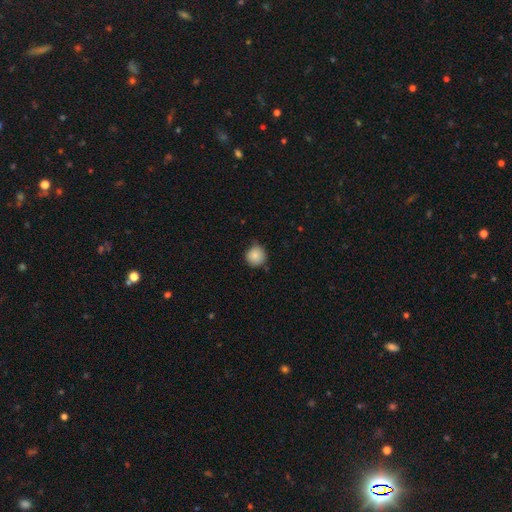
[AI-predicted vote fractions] The model was most divided on "merging": none: 72%, minor disturbance: 24%, major disturbance: 3%, merger: 2%. More confident: how rounded — round (92%); smooth or featured — smooth (86%).